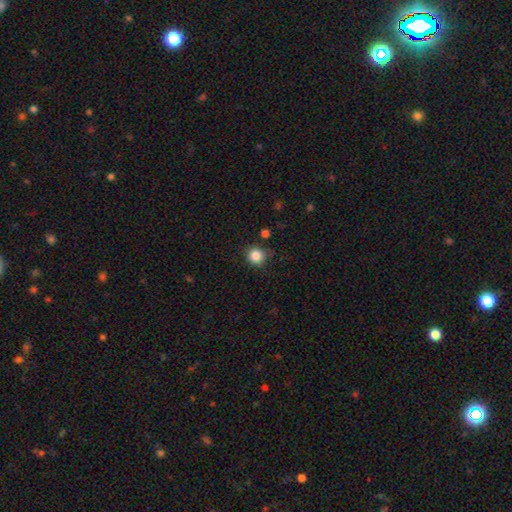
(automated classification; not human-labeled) This is clearly a smooth galaxy (85%). How rounded: clearly round (92%). Merging: clearly none (84%).